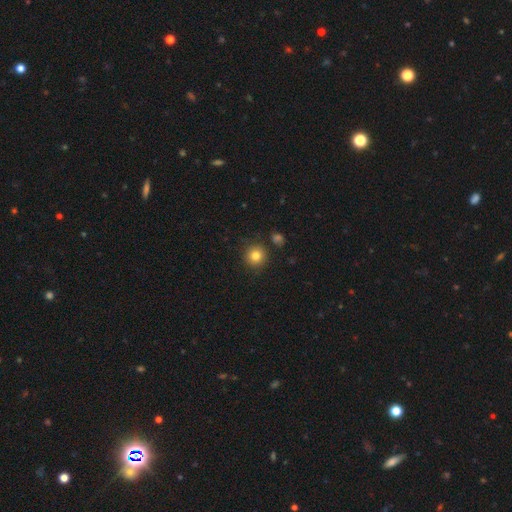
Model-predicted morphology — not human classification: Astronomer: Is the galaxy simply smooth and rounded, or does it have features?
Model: smooth — 82%.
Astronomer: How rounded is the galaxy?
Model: round — 94%.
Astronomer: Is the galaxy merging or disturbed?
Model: none — 88%.